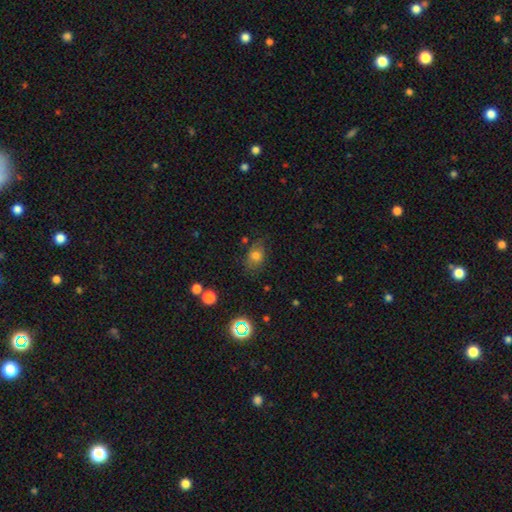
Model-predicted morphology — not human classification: The model was most divided on "how rounded": in between: 63%, round: 35%, cigar-shaped: 1%. More confident: smooth or featured — smooth (73%); merging — none (68%).